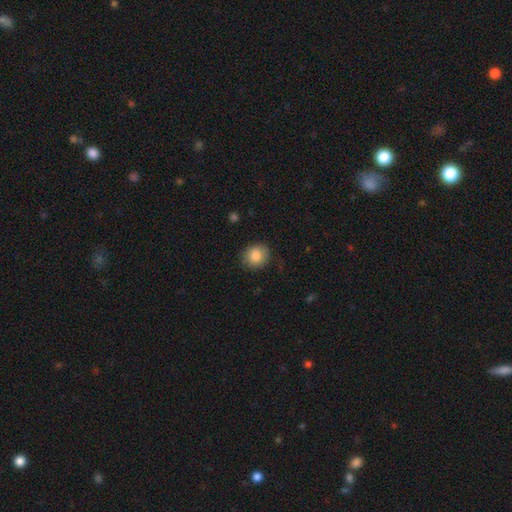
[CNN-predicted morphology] A smooth galaxy with no disk features (86%) that is round (80%). Merging: none (84%).